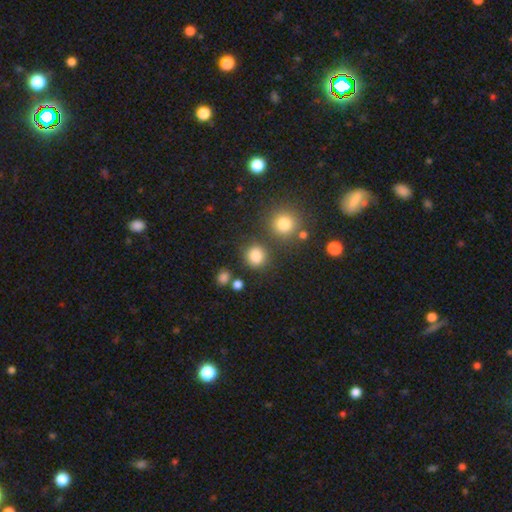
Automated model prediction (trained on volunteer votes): smooth_or_featured: smooth (p=0.82) [alt: star or artifact p=0.13]
how_rounded: round (p=0.83) [alt: in between p=0.16]
merging: none (p=0.77) [alt: minor disturbance p=0.11]